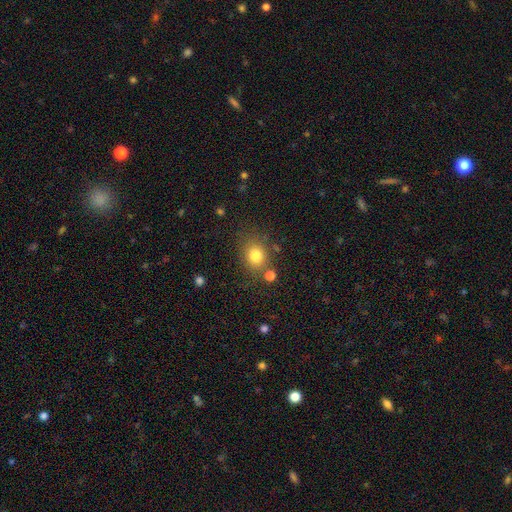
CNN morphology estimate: Smooth or featured? Predicted: smooth (p=0.80). How rounded? Predicted: round (p=0.63). Merging? Predicted: none (p=0.74).